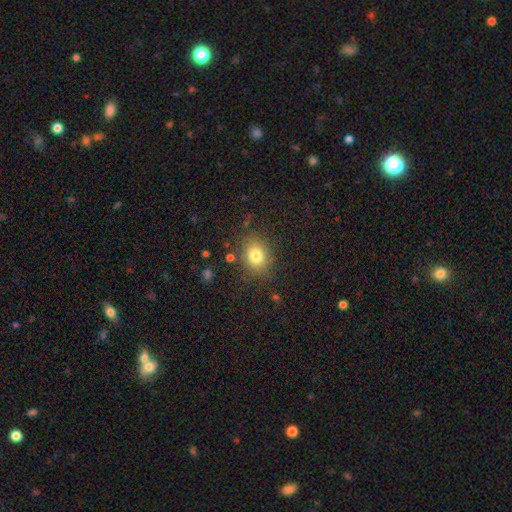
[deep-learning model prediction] The model was most divided on "how rounded": round: 55%, in between: 44%, cigar-shaped: 1%. More confident: merging — none (83%); smooth or featured — smooth (79%).